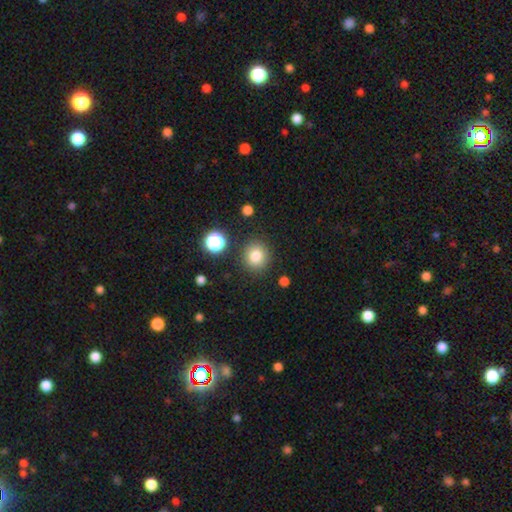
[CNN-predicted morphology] This is likely a smooth galaxy (80%). How rounded: clearly round (87%). Merging: clearly none (87%).